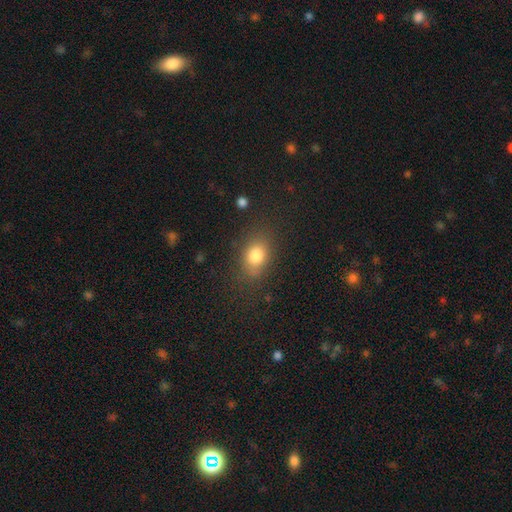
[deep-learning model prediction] Smooth or featured: smooth — 81% (star or artifact — 10%)
How rounded: in between — 65% (round — 33%)
Merging: none — 74% (minor disturbance — 17%)